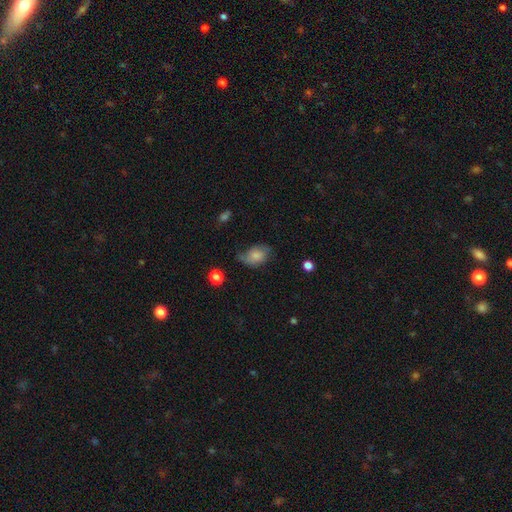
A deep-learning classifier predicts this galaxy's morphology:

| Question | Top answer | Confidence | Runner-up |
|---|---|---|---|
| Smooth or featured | smooth | 65% | featured or disk (26%) |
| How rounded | in between | 76% | round (23%) |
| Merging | none | 44% | minor disturbance (35%) |